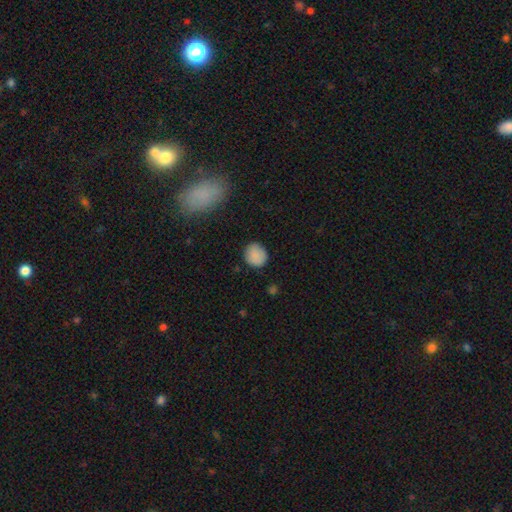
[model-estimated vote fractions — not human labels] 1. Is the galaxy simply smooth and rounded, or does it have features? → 87% smooth, 8% star or artifact, 5% featured or disk.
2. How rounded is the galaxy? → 81% round, 17% in between, 1% cigar-shaped.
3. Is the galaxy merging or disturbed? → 84% none, 12% minor disturbance, 3% major disturbance, 1% merger.